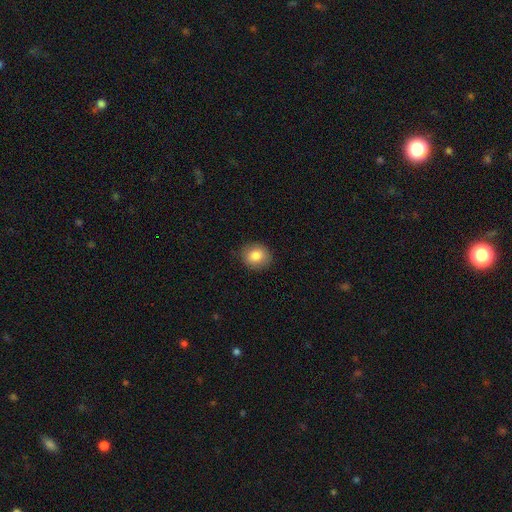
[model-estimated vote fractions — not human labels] smooth 83%, star or artifact 9%, featured or disk 8%. Down the decision tree: how rounded — round (72%); merging — none (87%).